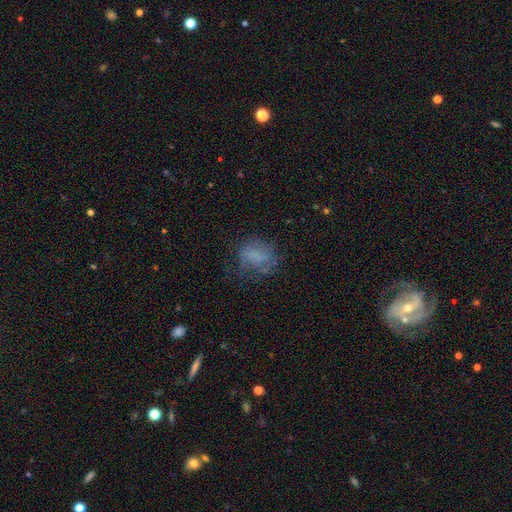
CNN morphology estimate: smooth-or-featured: smooth: 62% | featured or disk: 23% | star or artifact: 15%
  how-rounded: in between: 61% | round: 37% | cigar-shaped: 3%
  merging: none: 51% | minor disturbance: 25% | major disturbance: 22% | merger: 2%